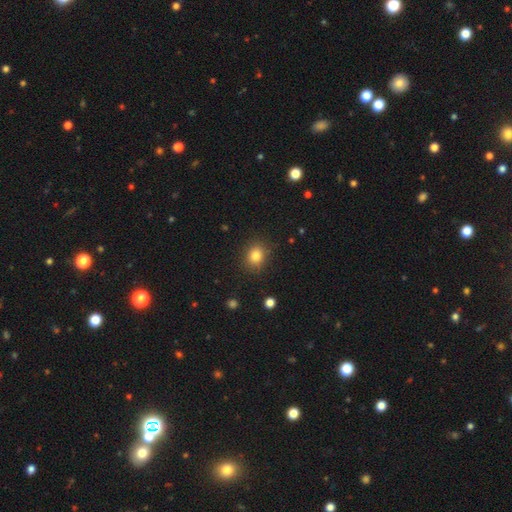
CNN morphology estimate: This appears to be a smooth galaxy with no disk features (83%) that is round (65%). Merging: none (86%).